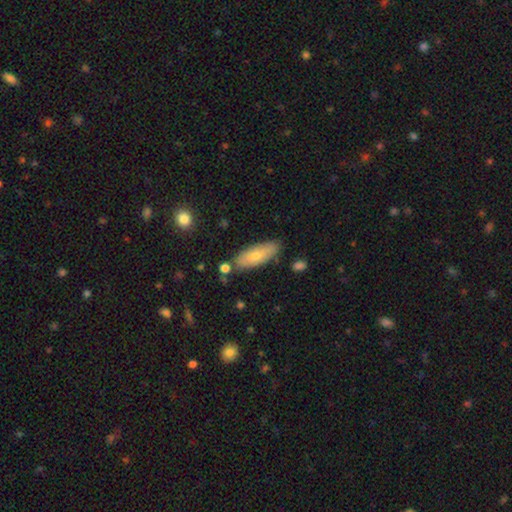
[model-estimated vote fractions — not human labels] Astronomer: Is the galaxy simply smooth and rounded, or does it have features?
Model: smooth — 68%.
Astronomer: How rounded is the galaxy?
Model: in between — 60% (runner-up: cigar-shaped, 37%).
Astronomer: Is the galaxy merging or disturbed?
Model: none — 81%.